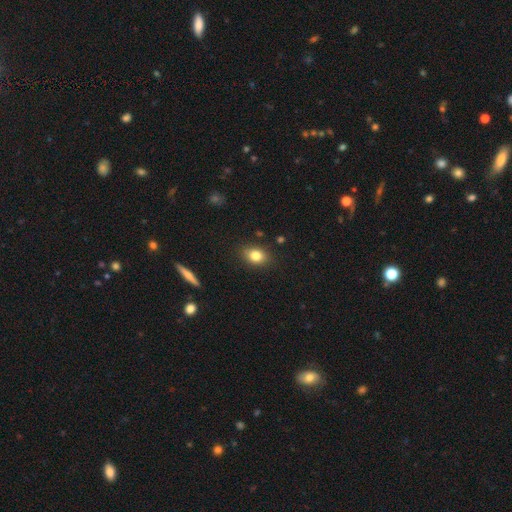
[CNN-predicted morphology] smooth_or_featured: smooth (p=0.81) [alt: star or artifact p=0.10]
how_rounded: in between (p=0.67) [alt: round p=0.31]
merging: none (p=0.86) [alt: minor disturbance p=0.10]